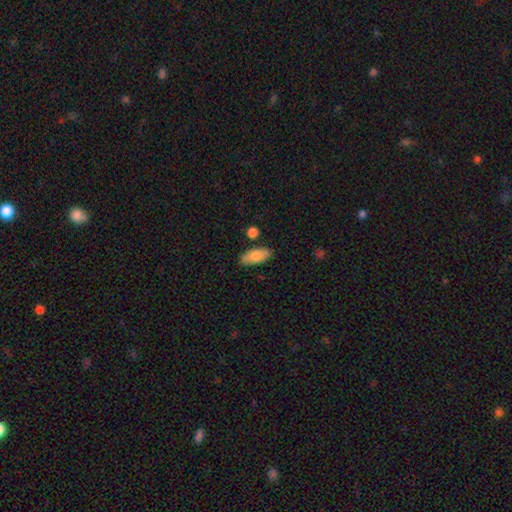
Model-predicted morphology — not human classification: The model was most divided on "merging": none: 81%, minor disturbance: 13%, merger: 4%, major disturbance: 3%. More confident: how rounded — in between (87%); smooth or featured — smooth (82%).